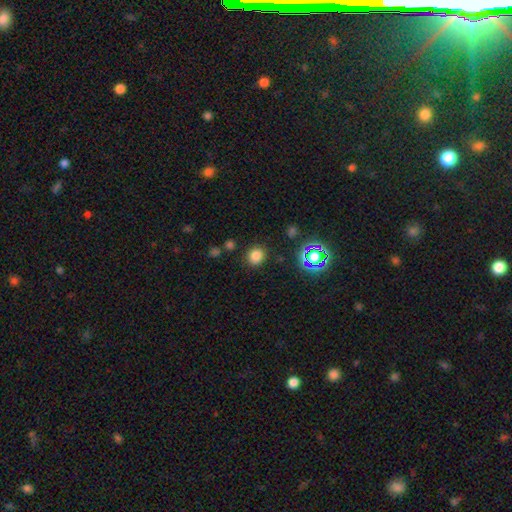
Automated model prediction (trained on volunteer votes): Overall: smooth (78%). How rounded: round (82%). Merging: none (86%).